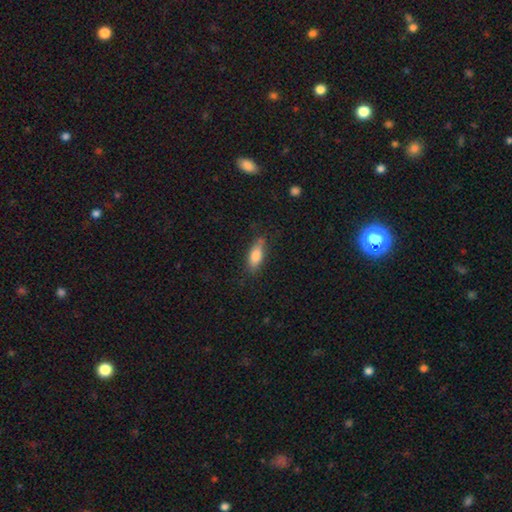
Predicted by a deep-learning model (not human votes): Q: Smooth or featured?
A: smooth (81%); runner-up: featured or disk (12%)
Q: How rounded?
A: in between (76%); runner-up: cigar-shaped (22%)
Q: Merging?
A: none (75%); runner-up: minor disturbance (18%)